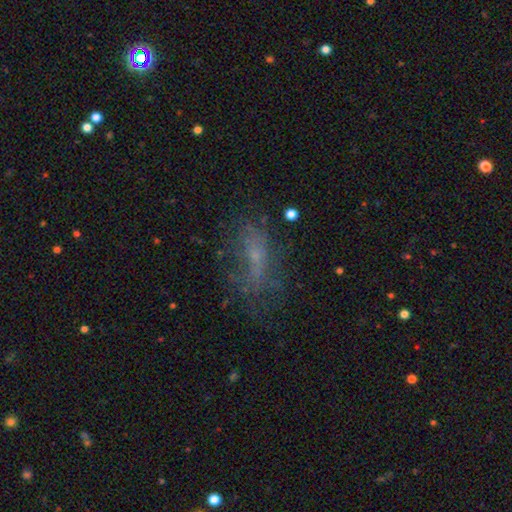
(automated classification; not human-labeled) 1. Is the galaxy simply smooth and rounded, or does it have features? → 44% smooth, 34% featured or disk, 22% star or artifact.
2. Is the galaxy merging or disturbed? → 49% none, 25% major disturbance, 22% minor disturbance, 3% merger.